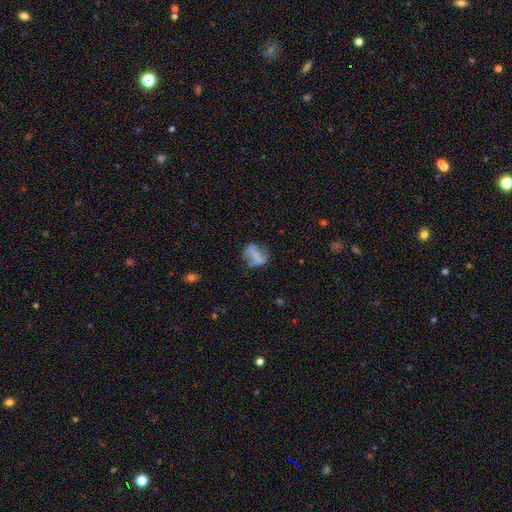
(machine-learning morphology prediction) A smooth galaxy with no disk features (49%).

Vote fractions:
- Smooth or featured? smooth: 49% / featured or disk: 39% / star or artifact: 12%
- Merging? none: 46% / minor disturbance: 25% / major disturbance: 23% / merger: 5%